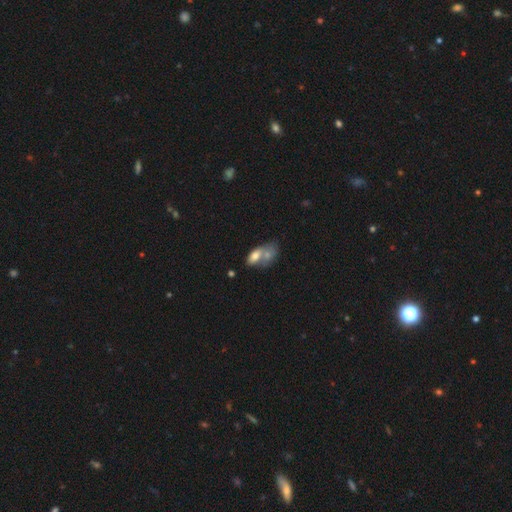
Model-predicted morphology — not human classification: Smooth or featured? Predicted: smooth (p=0.70). How rounded? Predicted: in between (p=0.87). Merging? Predicted: merger (p=0.63).